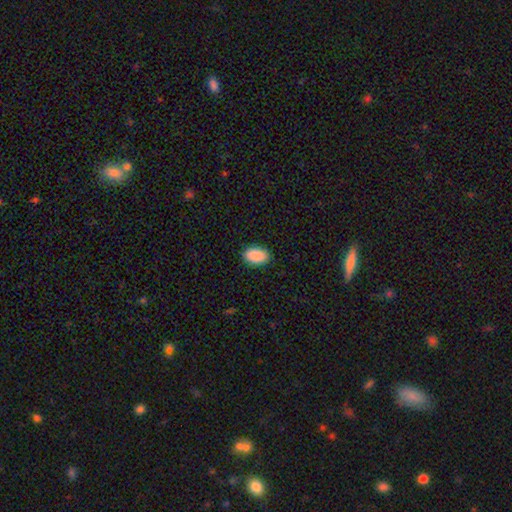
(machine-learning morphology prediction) Smooth or featured? Predicted: smooth (p=0.91). How rounded? Predicted: in between (p=0.92). Merging? Predicted: none (p=0.89).